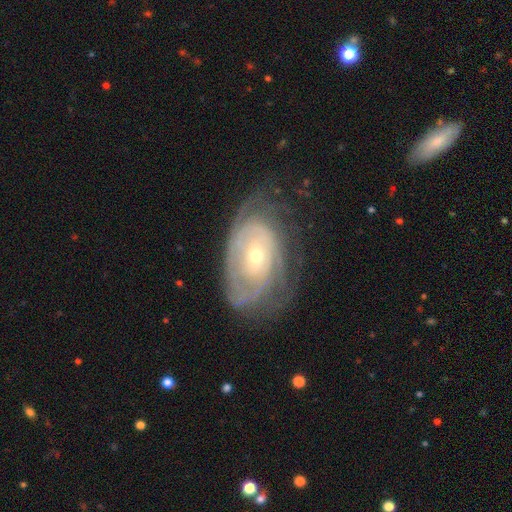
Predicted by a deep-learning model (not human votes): This appears to be a featured or disk galaxy (79%) with no bar (75%), tight (70%) spiral arms (86%) and a small central bulge (60%). Merging: none (59%).